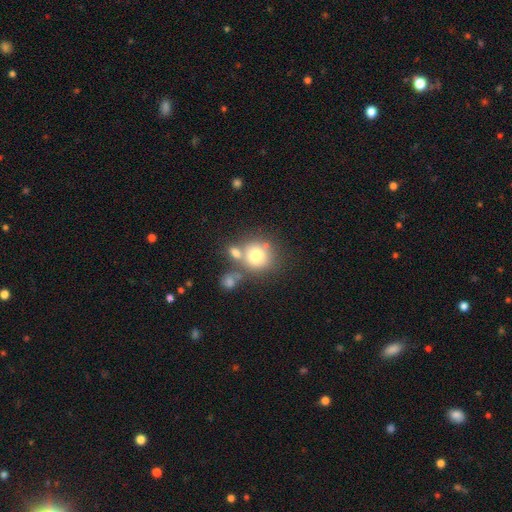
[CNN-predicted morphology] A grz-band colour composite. It shows a smooth galaxy with no disk features (73%) that is round (85%). Merging: none (52%).